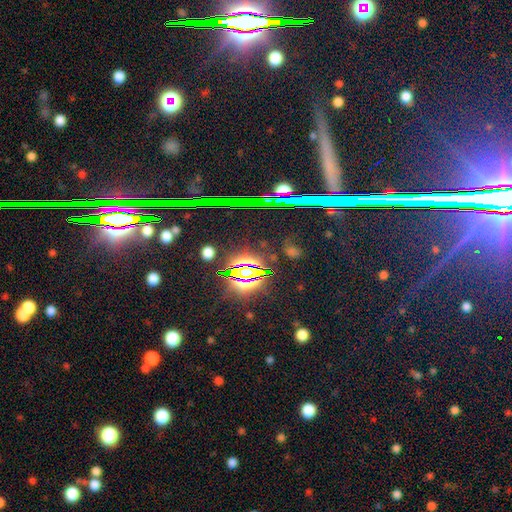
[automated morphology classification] smooth-or-featured: star or artifact: 81% | featured or disk: 10% | smooth: 9%